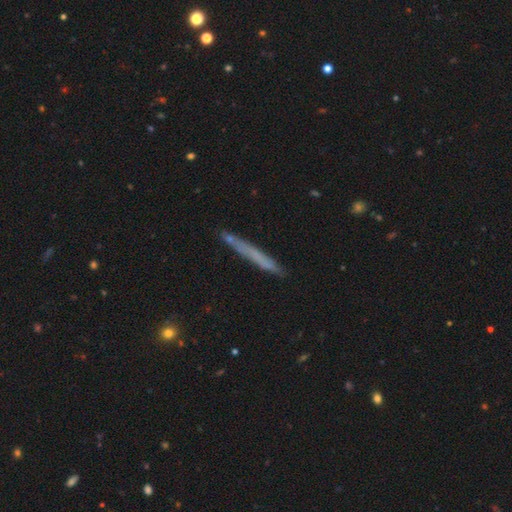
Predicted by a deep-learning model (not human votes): The model was most divided on "smooth or featured": smooth: 56%, featured or disk: 36%, star or artifact: 8%. More confident: how rounded — cigar-shaped (96%); merging — none (83%).